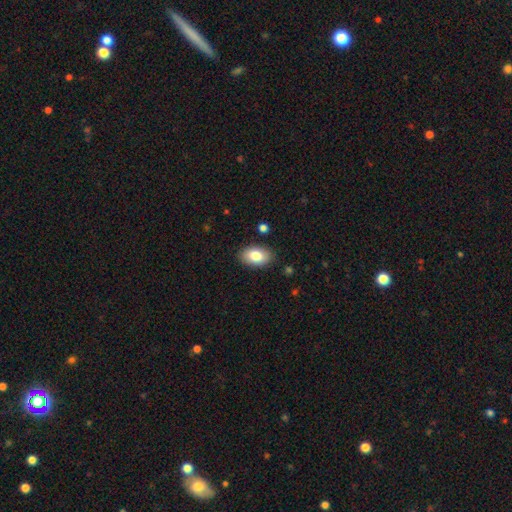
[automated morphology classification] Smooth or featured?
  - smooth: 83% *
  - featured or disk: 10%
  - star or artifact: 7%
How rounded?
  - in between: 92% *
  - round: 7%
  - cigar-shaped: 1%
Merging?
  - none: 87% *
  - minor disturbance: 9%
  - major disturbance: 2%
  - merger: 1%